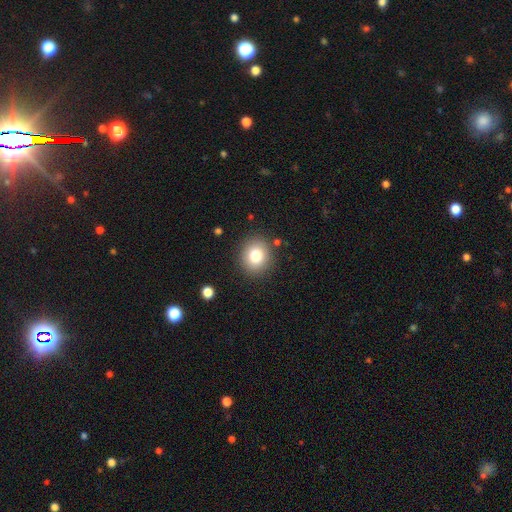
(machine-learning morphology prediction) Smooth or featured?
  - smooth: 81% *
  - star or artifact: 10%
  - featured or disk: 9%
How rounded?
  - round: 75% *
  - in between: 25%
  - cigar-shaped: 1%
Merging?
  - none: 87% *
  - minor disturbance: 8%
  - major disturbance: 3%
  - merger: 2%